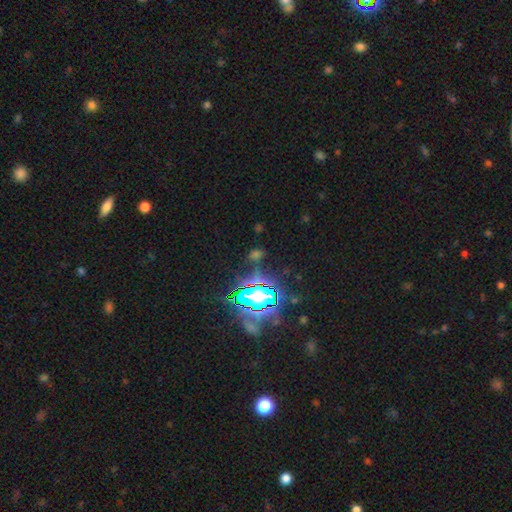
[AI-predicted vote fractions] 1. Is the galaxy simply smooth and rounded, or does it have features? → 67% star or artifact, 23% smooth, 11% featured or disk.